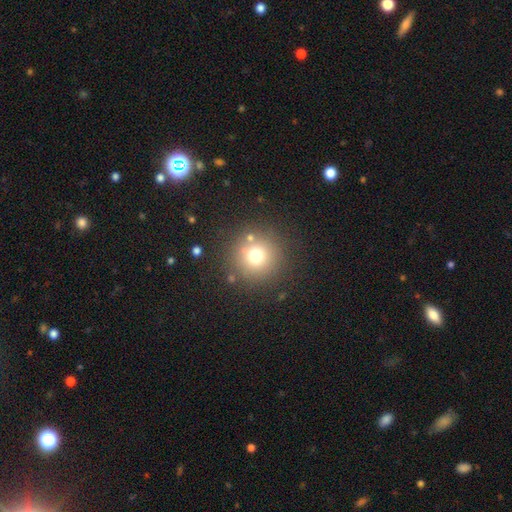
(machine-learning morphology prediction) The model was most divided on "smooth or featured": smooth: 71%, star or artifact: 17%, featured or disk: 12%. More confident: how rounded — round (95%); merging — none (83%).